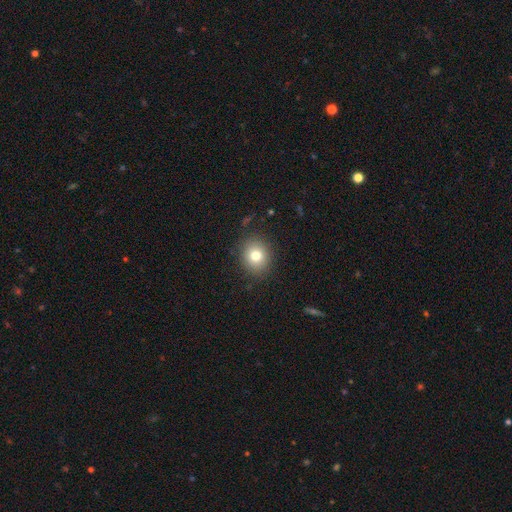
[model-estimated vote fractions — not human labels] This appears to be a smooth galaxy with no disk features (79%) that is round (82%). Merging: none (88%).